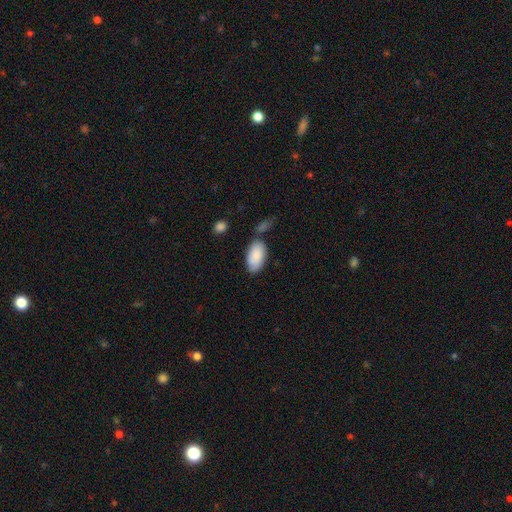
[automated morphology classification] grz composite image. It shows a smooth galaxy with no disk features (87%) that is in between round and cigar-shaped (95%). Merging: none (64%).